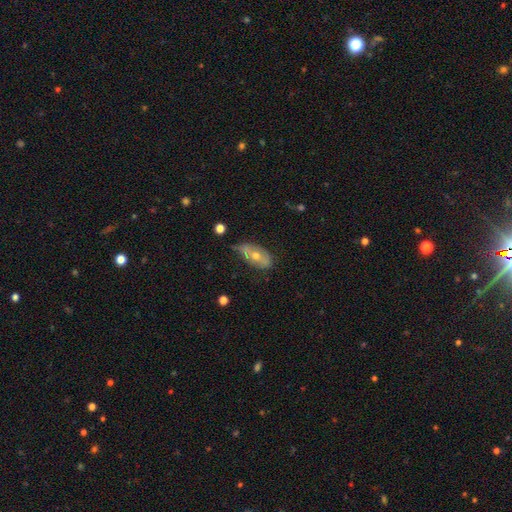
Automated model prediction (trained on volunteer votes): The model was most divided on "smooth or featured": featured or disk: 50%, smooth: 40%, star or artifact: 9%. More confident: edge-on disk — no (80%); merging — none (58%).